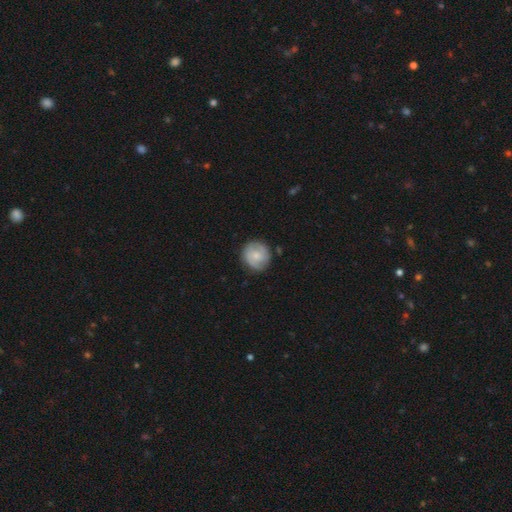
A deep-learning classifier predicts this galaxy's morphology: Smooth or featured?
  - smooth: 50% *
  - featured or disk: 43%
  - star or artifact: 6%
How rounded?
  - round: 89% *
  - in between: 10%
  - cigar-shaped: 1%
Merging?
  - none: 79% *
  - minor disturbance: 15%
  - major disturbance: 4%
  - merger: 1%